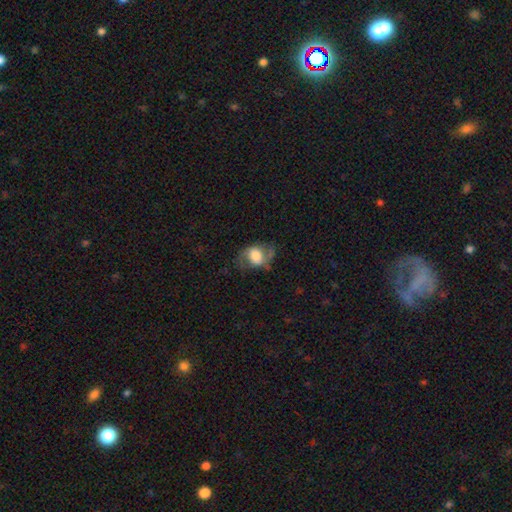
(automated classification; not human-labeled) Smooth or featured: smooth — 46% (tied with featured or disk — 46%)
Merging: none — 55% (minor disturbance — 23%)